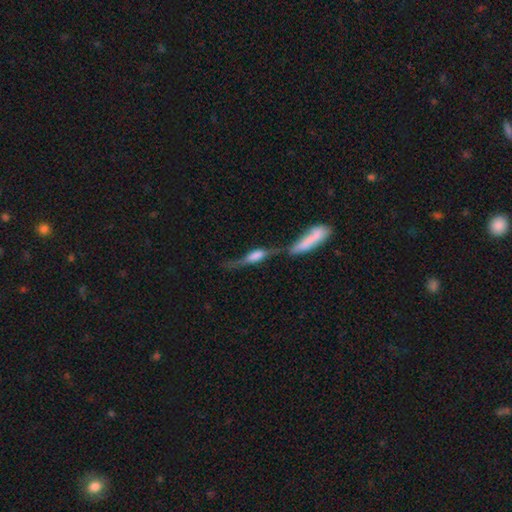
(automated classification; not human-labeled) smooth_or_featured: featured or disk (p=0.53) [alt: smooth p=0.38]
disk_edge_on: yes (p=0.70) [alt: no p=0.30]
merging: merger (p=0.54) [alt: none p=0.22]